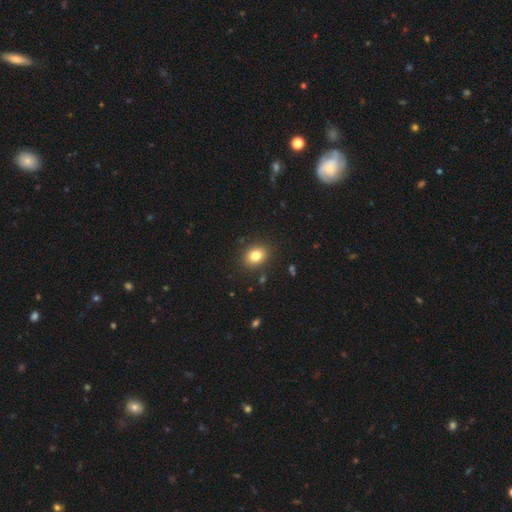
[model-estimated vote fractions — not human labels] A smooth galaxy with no disk features (81%) that is in between round and cigar-shaped (52%). Merging: none (88%).